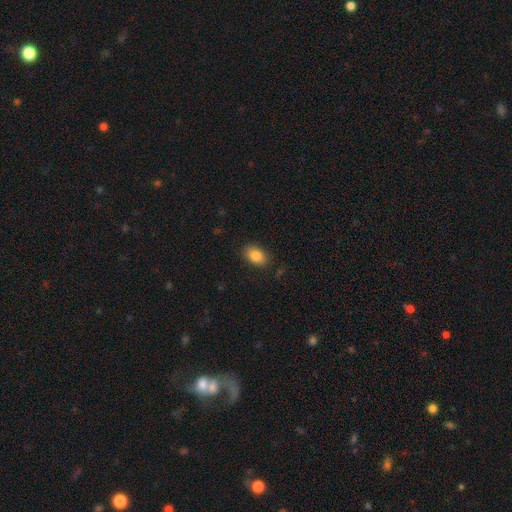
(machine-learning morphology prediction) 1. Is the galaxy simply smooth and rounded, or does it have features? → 86% smooth, 8% star or artifact, 6% featured or disk.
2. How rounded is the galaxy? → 89% in between, 10% round, 1% cigar-shaped.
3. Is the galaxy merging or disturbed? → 87% none, 10% minor disturbance, 3% major disturbance, 1% merger.